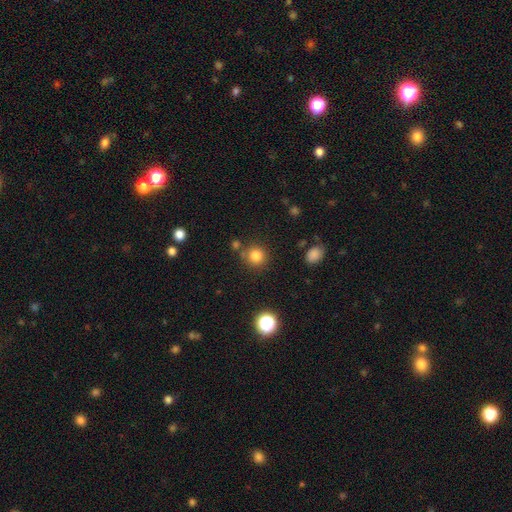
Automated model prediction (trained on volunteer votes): Overall: smooth (81%). How rounded: round (92%). Merging: none (78%).